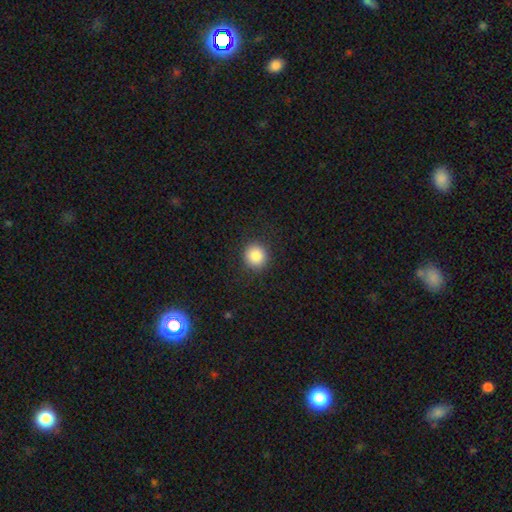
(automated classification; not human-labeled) A smooth galaxy with no disk features (86%) that is round (92%). Merging: none (91%).